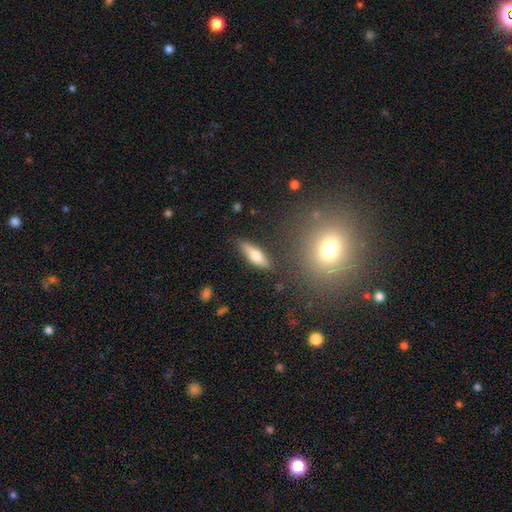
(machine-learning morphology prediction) type=smooth (58%); roundness=cigar-shaped (56%); merging=none (84%).